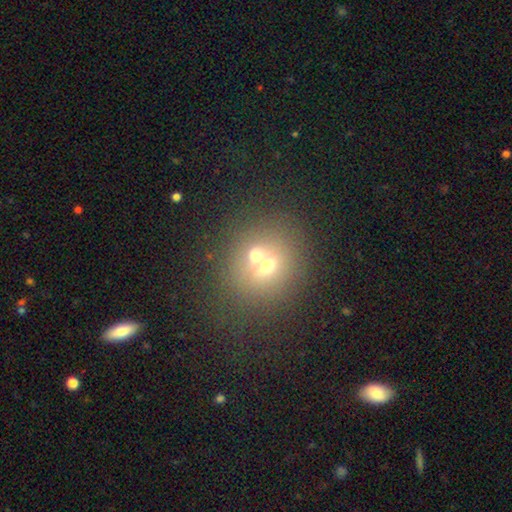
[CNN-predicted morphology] This appears to be a smooth galaxy with no disk features (56%) that is round (78%). Merging: merger (51%).